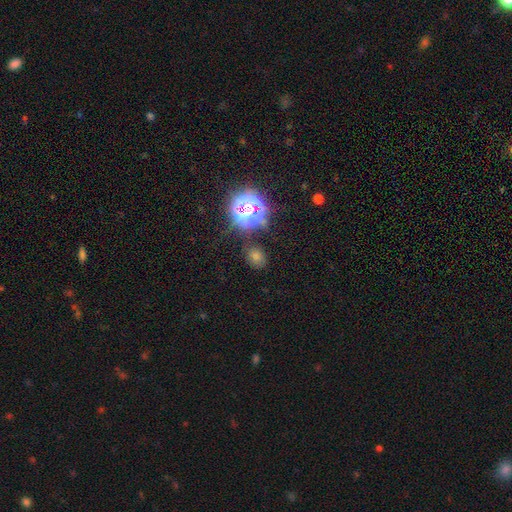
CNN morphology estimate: smooth-or-featured: star or artifact: 47% | smooth: 45% | featured or disk: 9%